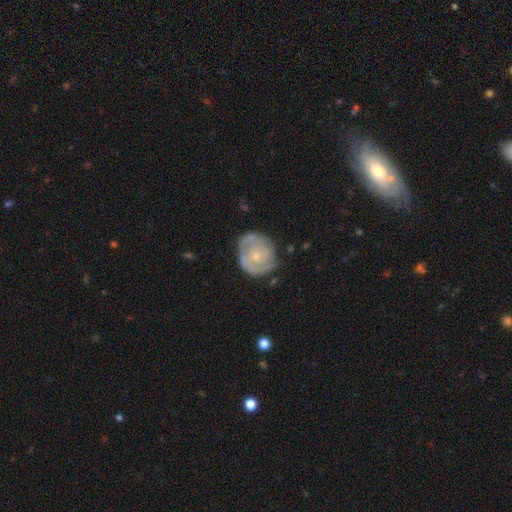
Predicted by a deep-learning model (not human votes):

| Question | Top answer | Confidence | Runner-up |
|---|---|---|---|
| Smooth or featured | featured or disk | 62% | smooth (32%) |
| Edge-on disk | no | 97% | yes (3%) |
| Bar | no | 82% | weak (16%) |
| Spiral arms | yes | 66% | no (34%) |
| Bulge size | small | 68% | moderate (27%) |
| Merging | none | 65% | minor disturbance (24%) |